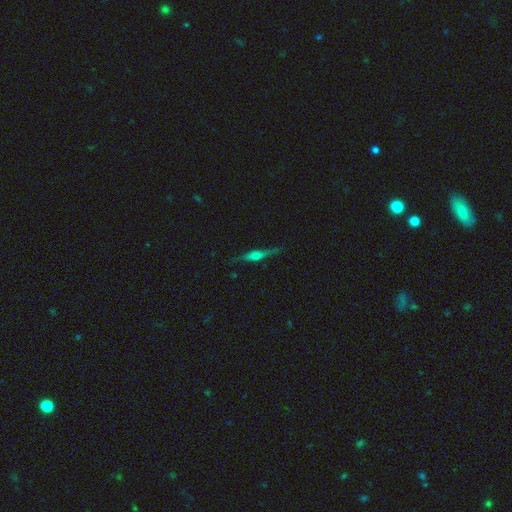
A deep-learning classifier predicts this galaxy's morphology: Q: Smooth or featured?
A: featured or disk (72%); runner-up: smooth (20%)
Q: Edge-on disk?
A: yes (97%); runner-up: no (3%)
Q: Edge-on bulge?
A: rounded (72%); runner-up: boxy (23%)
Q: Merging?
A: none (84%); runner-up: minor disturbance (12%)